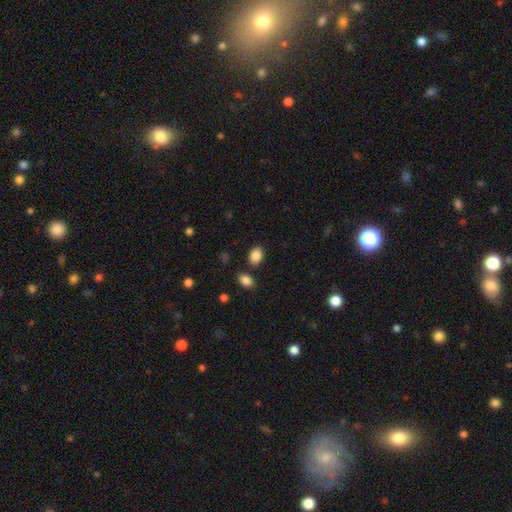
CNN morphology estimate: Smooth or featured? Predicted: smooth (p=0.87). How rounded? Predicted: in between (p=0.70). Merging? Predicted: none (p=0.82).